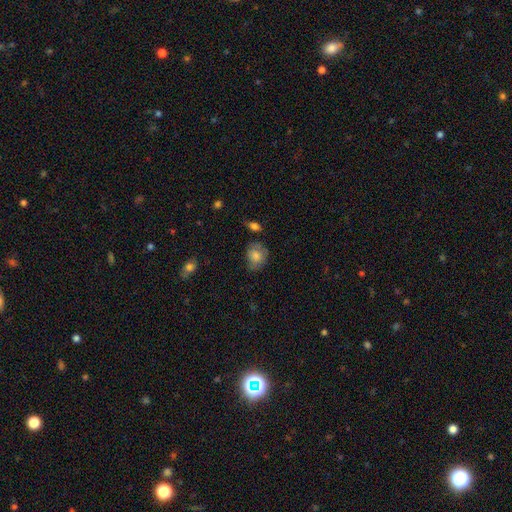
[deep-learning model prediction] Smooth or featured? Predicted: smooth (p=0.72). How rounded? Predicted: round (p=0.53). Merging? Predicted: none (p=0.62).